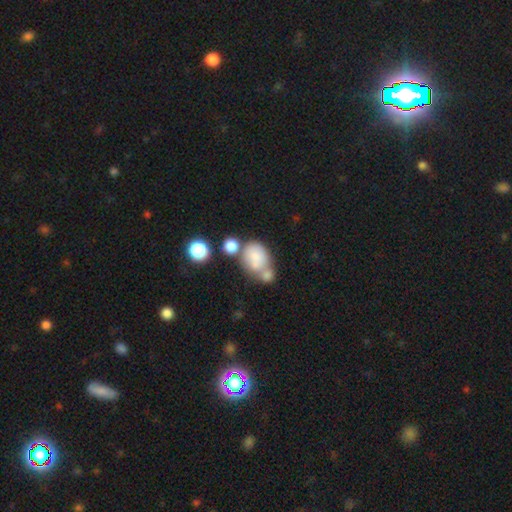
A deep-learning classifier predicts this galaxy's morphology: The model was most divided on "merging": merger: 51%, none: 26%, minor disturbance: 14%, major disturbance: 9%. More confident: smooth or featured — smooth (73%); how rounded — in between (64%).